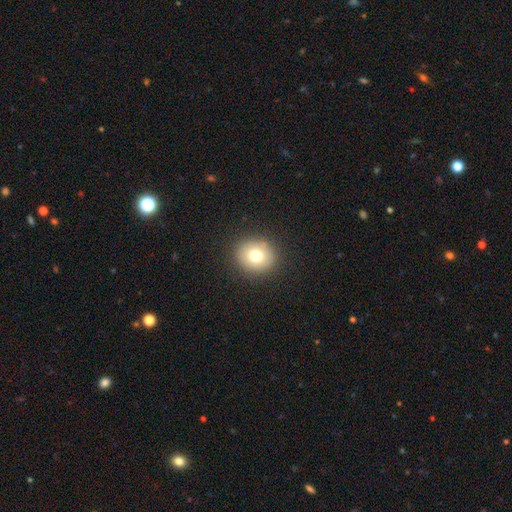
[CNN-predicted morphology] A smooth galaxy with no disk features (74%) that is round (80%).

Vote fractions:
- Smooth or featured? smooth: 74% / featured or disk: 14% / star or artifact: 12%
- How rounded? round: 80% / in between: 19% / cigar-shaped: 1%
- Merging? none: 89% / minor disturbance: 7% / major disturbance: 3% / merger: 1%